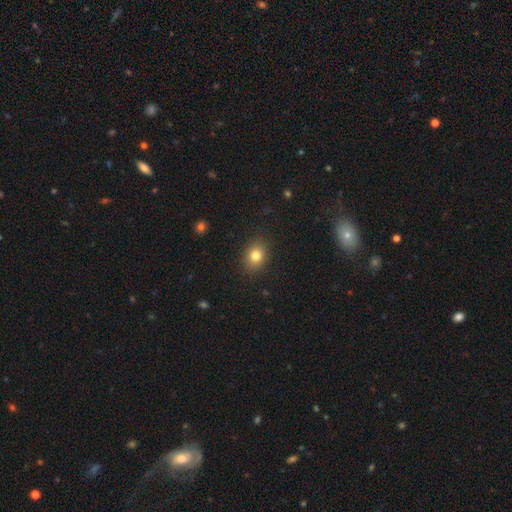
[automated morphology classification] A smooth galaxy with no disk features (80%) that is in between round and cigar-shaped (53%).

Vote fractions:
- Smooth or featured? smooth: 80% / star or artifact: 11% / featured or disk: 9%
- How rounded? in between: 53% / round: 46% / cigar-shaped: 1%
- Merging? none: 88% / minor disturbance: 9% / major disturbance: 3% / merger: 1%